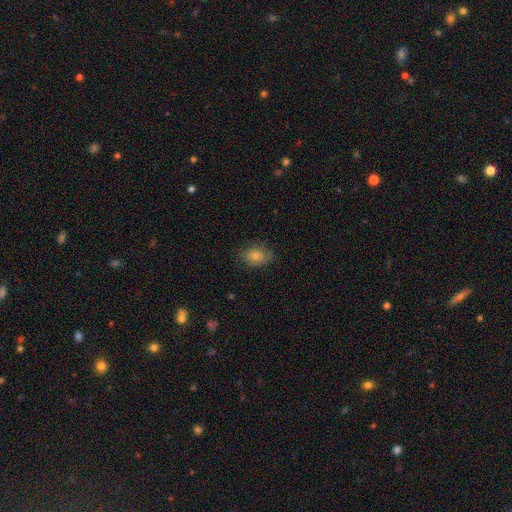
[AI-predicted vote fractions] This appears to be a smooth galaxy with no disk features (73%) that is in between round and cigar-shaped (67%). Merging: none (77%).